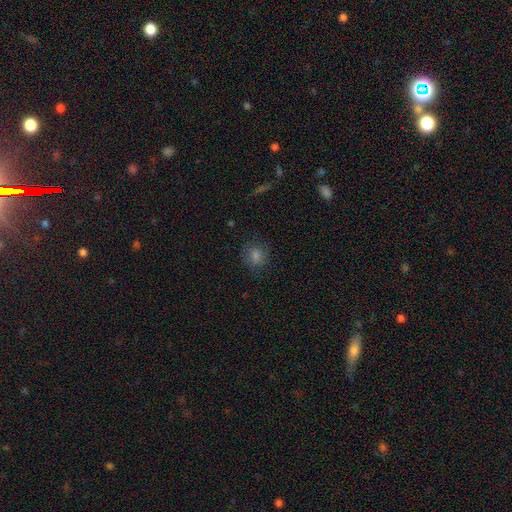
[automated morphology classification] Smooth or featured? Predicted: smooth (p=0.69). How rounded? Predicted: round (p=0.83). Merging? Predicted: none (p=0.84).